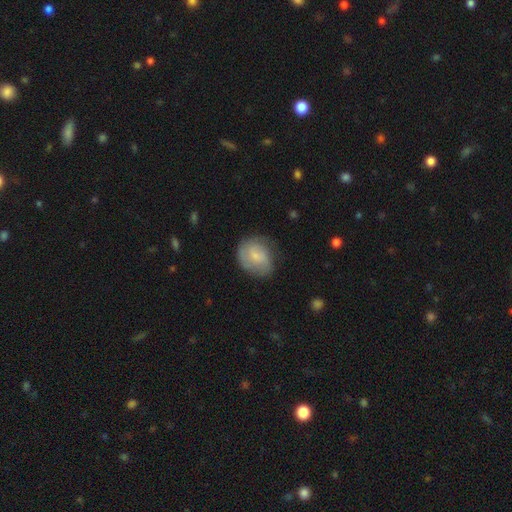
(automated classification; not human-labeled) Smooth or featured: smooth — 56% (featured or disk — 37%)
How rounded: round — 64% (in between — 35%)
Merging: none — 64% (minor disturbance — 25%)